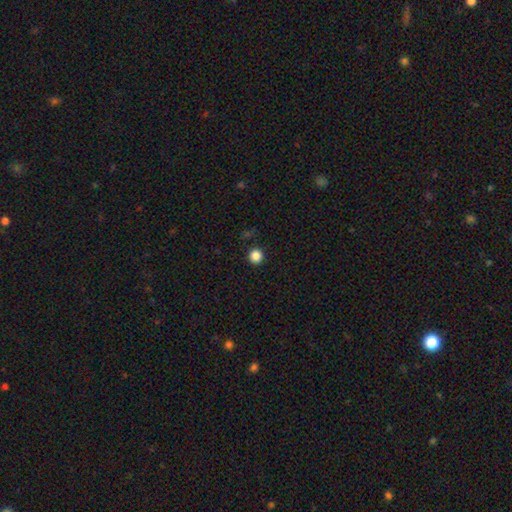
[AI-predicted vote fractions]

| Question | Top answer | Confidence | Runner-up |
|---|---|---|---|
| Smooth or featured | smooth | 86% | star or artifact (11%) |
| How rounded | round | 95% | in between (4%) |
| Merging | none | 92% | minor disturbance (5%) |